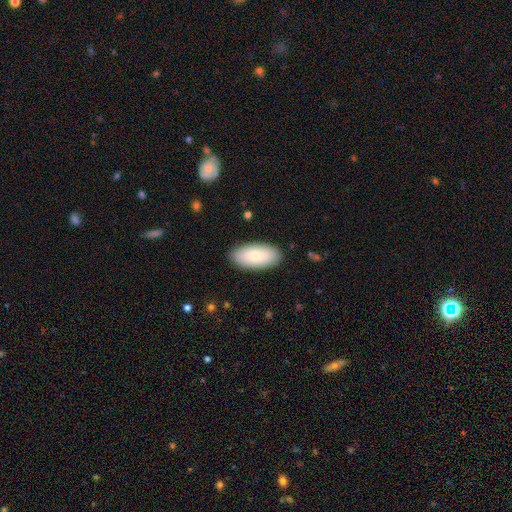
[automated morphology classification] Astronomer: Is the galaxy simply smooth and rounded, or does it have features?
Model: smooth — 76%.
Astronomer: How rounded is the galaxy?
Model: in between — 94%.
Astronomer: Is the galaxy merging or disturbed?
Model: none — 88%.